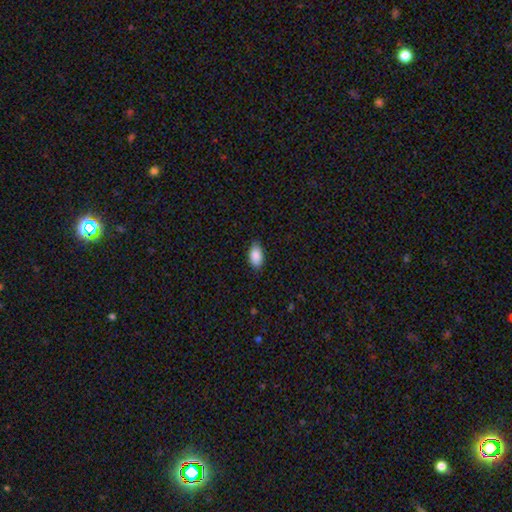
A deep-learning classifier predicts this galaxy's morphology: This appears to be a smooth galaxy with no disk features (89%) that is in between round and cigar-shaped (93%). Merging: none (85%).